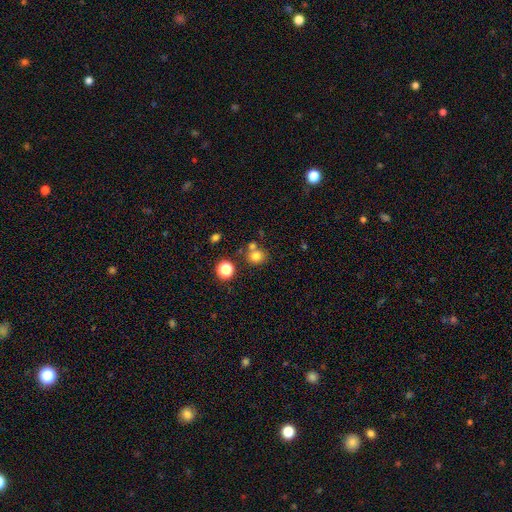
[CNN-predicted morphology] Smooth or featured: smooth — 78% (star or artifact — 14%)
How rounded: round — 78% (in between — 22%)
Merging: none — 63% (merger — 22%)